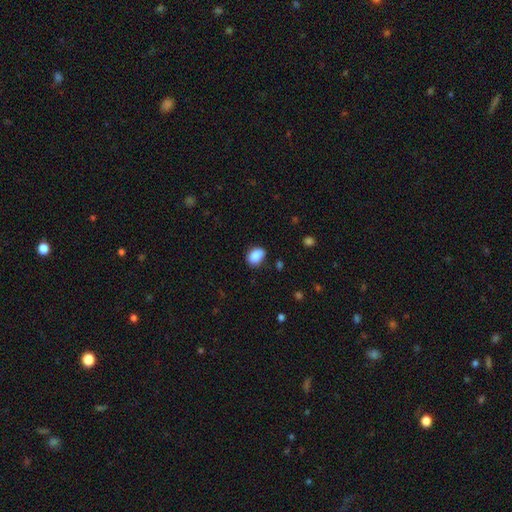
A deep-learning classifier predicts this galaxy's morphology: Overall: smooth (88%). How rounded: in between (76%). Merging: none (75%).